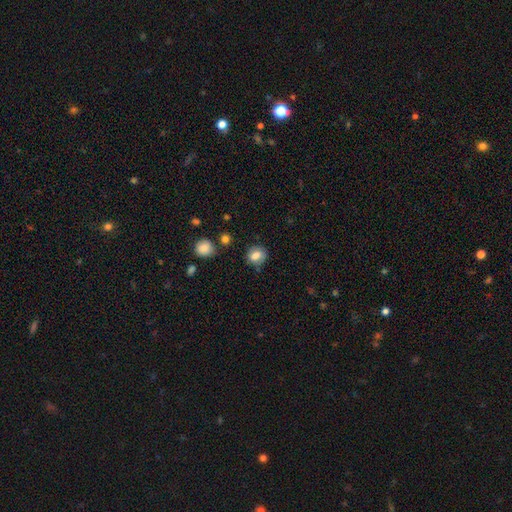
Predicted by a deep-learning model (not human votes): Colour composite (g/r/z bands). It shows a smooth galaxy with no disk features (77%) that is round (63%). Merging: none (72%).